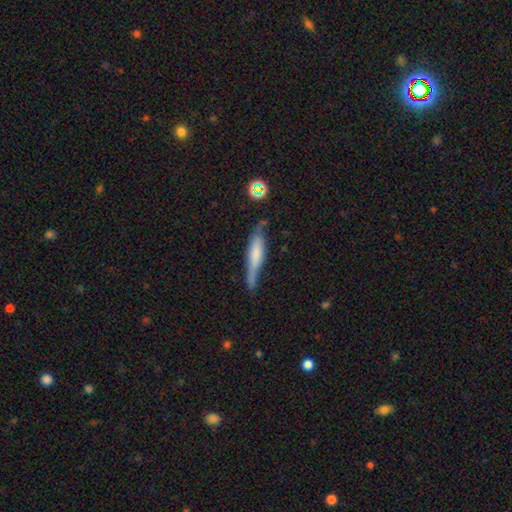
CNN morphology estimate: Overall: smooth (55%; featured or disk 37%). How rounded: cigar-shaped (83%). Merging: none (55%; minor disturbance 30%).